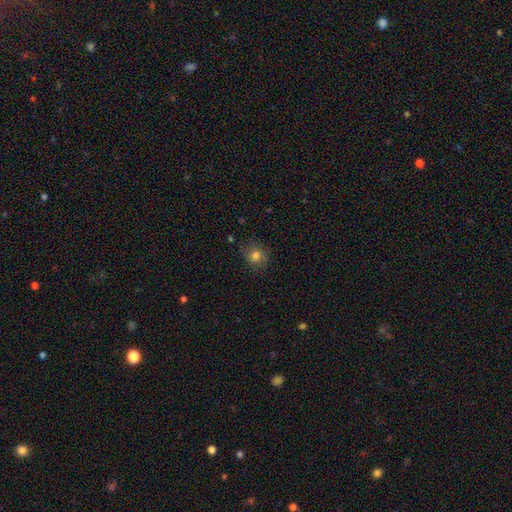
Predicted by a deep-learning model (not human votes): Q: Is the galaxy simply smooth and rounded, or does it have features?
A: smooth — 78%.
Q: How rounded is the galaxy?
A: round — 74%.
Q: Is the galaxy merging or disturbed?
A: none — 78%.